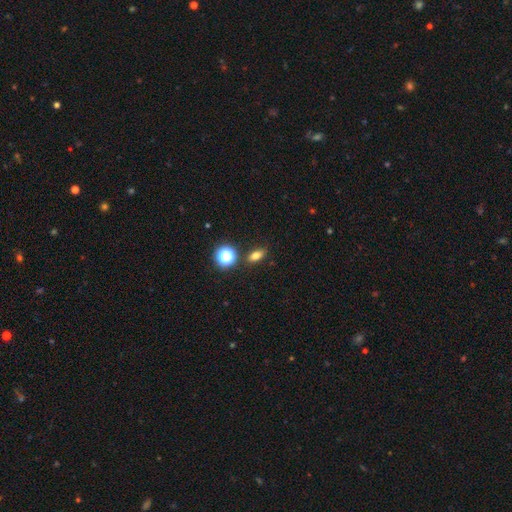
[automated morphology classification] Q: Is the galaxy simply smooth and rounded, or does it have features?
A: smooth — 72%.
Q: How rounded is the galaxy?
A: in between — 72%.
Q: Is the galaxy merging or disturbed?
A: none — 85%.